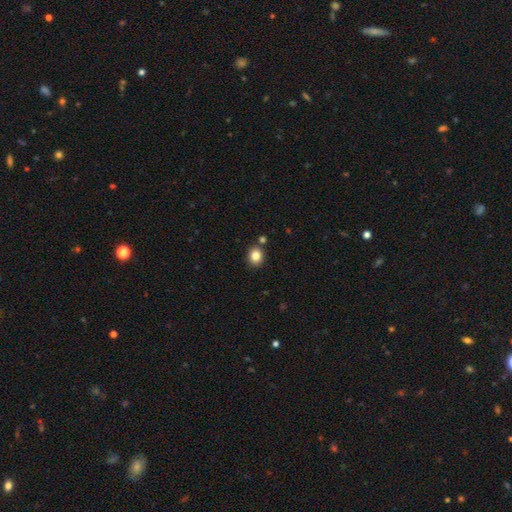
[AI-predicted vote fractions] Smooth or featured? Predicted: smooth (p=0.84). How rounded? Predicted: round (p=0.65). Merging? Predicted: none (p=0.83).